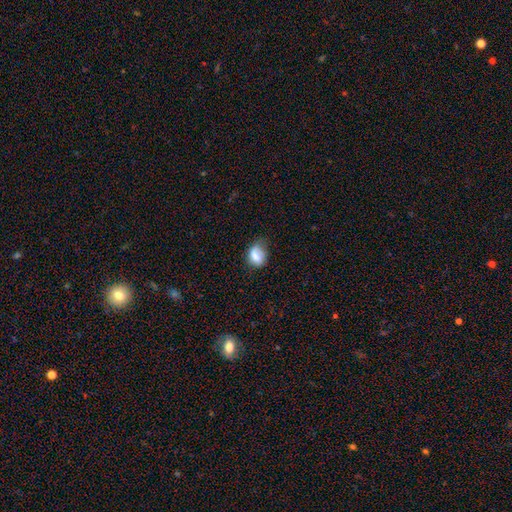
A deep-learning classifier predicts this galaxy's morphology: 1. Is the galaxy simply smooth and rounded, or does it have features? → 75% smooth, 16% featured or disk, 9% star or artifact.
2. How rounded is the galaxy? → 65% in between, 33% round, 2% cigar-shaped.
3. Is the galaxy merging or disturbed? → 45% none, 36% minor disturbance, 16% major disturbance, 3% merger.